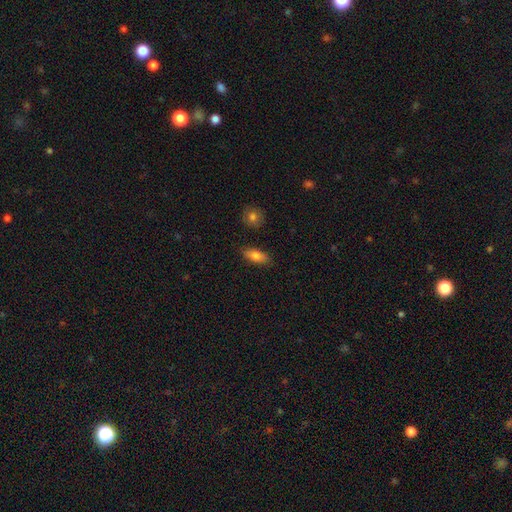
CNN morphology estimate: Smooth or featured? smooth (77%)
How rounded? in between (77%)
Merging? none (86%)